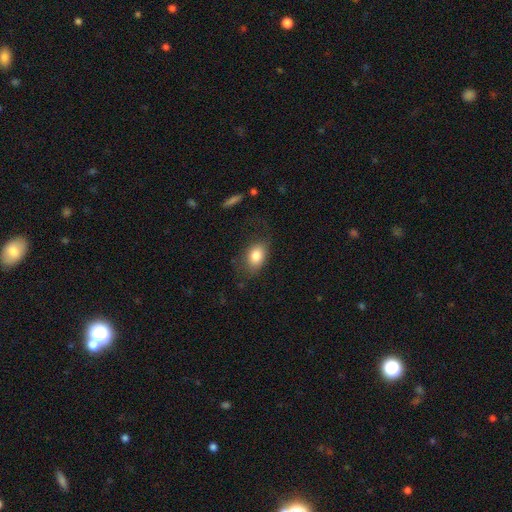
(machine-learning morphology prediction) This appears to be a smooth galaxy with no disk features (81%) that is in between round and cigar-shaped (82%). Merging: none (69%).